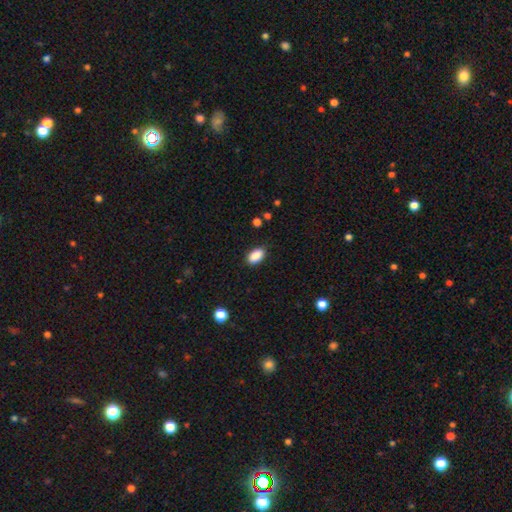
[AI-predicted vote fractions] Overall: smooth (89%). How rounded: in between (92%). Merging: none (86%).